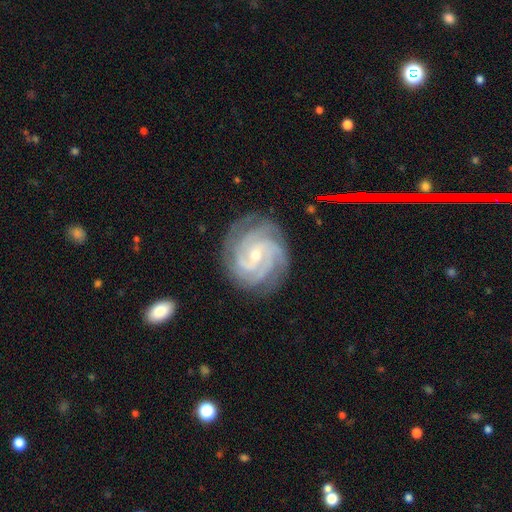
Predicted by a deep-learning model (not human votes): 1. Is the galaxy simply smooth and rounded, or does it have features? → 90% featured or disk, 5% star or artifact, 5% smooth.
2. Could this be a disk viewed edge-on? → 98% no, 2% yes.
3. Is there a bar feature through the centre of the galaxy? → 45% weak, 43% no, 13% strong.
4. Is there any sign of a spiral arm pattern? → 98% yes, 2% no.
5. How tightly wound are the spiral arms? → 70% tight, 27% medium, 4% loose.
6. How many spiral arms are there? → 38% 4, 27% 3, 13% can't tell, 9% 2, 8% more than 4, 6% 1.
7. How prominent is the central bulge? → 63% small, 34% moderate, 1% none, 1% large, 1% dominant.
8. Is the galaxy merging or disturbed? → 81% none, 14% minor disturbance, 4% major disturbance, 1% merger.